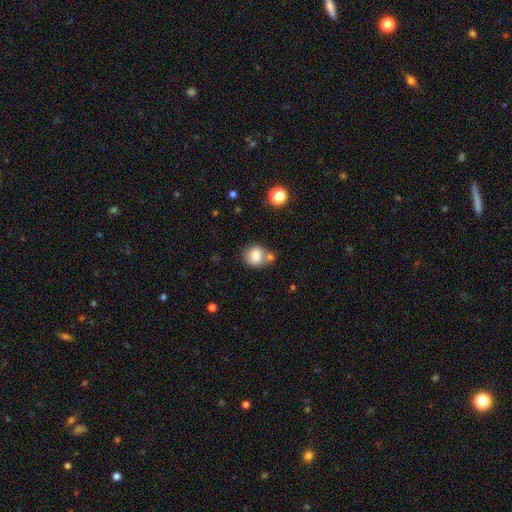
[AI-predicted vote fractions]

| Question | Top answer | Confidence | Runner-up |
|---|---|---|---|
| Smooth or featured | smooth | 78% | featured or disk (13%) |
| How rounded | round | 78% | in between (21%) |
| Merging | none | 55% | merger (26%) |